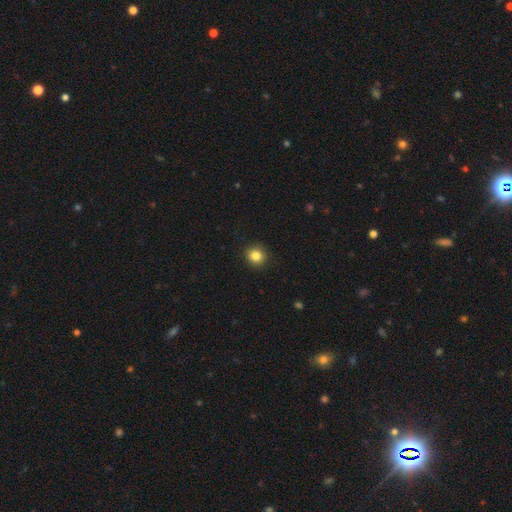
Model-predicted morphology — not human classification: A smooth galaxy with no disk features (85%) that is round (90%). Merging: none (92%).